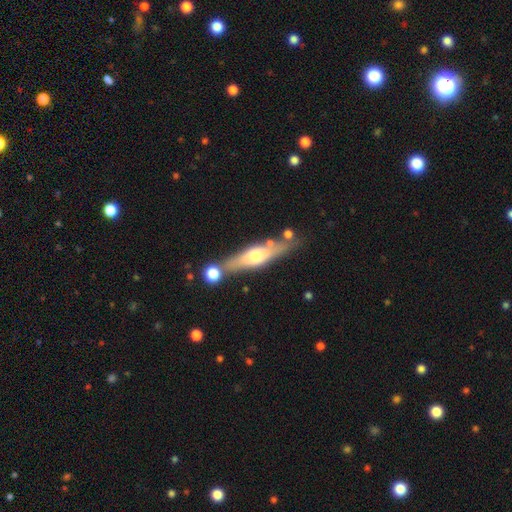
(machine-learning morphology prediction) Overall: featured or disk (55%; smooth 39%). Edge-on disk: yes (88%). Merging: none (70%).